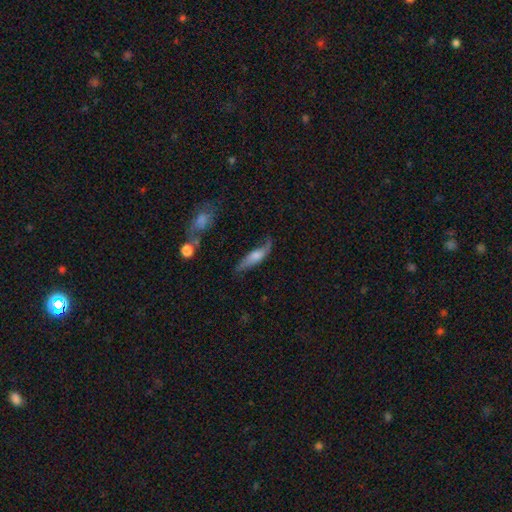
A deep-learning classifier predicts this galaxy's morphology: smooth_or_featured: featured or disk (p=0.52) [alt: smooth p=0.40]
disk_edge_on: yes (p=0.55) [alt: no p=0.45]
merging: none (p=0.53) [alt: minor disturbance p=0.29]